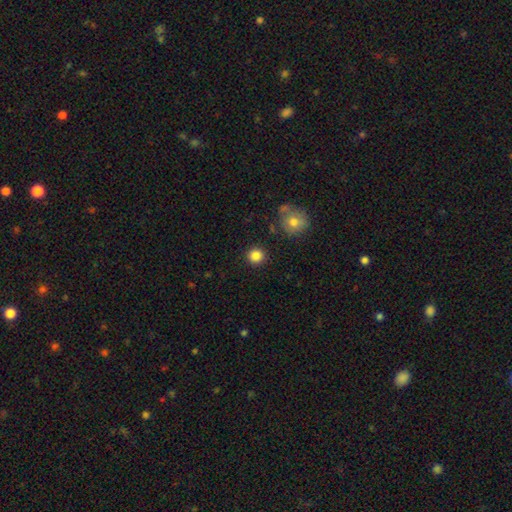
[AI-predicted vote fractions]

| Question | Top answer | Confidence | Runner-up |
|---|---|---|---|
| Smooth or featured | smooth | 85% | star or artifact (11%) |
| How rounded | round | 94% | in between (5%) |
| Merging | none | 90% | minor disturbance (6%) |